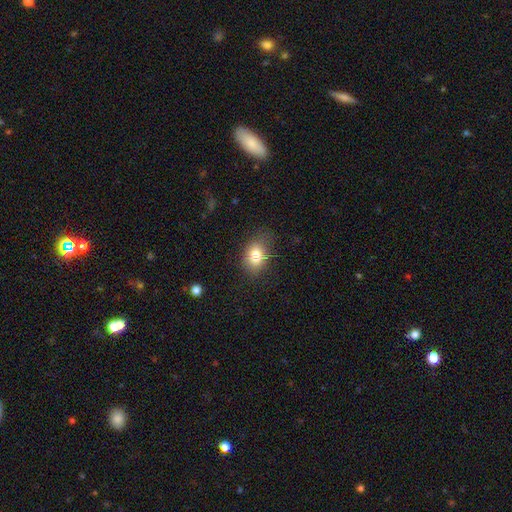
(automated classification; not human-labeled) This appears to be a smooth galaxy with no disk features (79%) that is in between round and cigar-shaped (77%). Merging: none (71%).